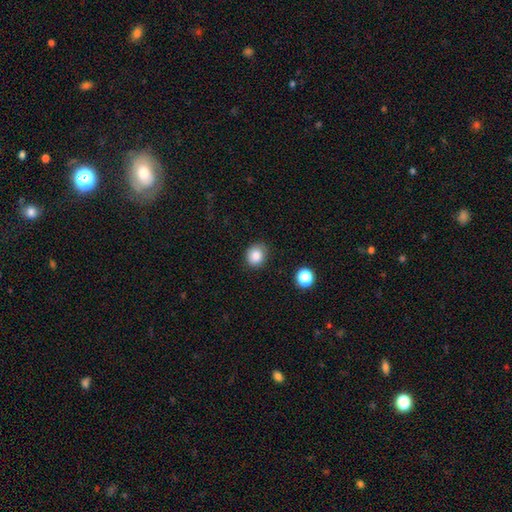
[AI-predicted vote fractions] smooth_or_featured: smooth (p=0.85) [alt: star or artifact p=0.10]
how_rounded: round (p=0.77) [alt: in between p=0.23]
merging: none (p=0.81) [alt: minor disturbance p=0.14]